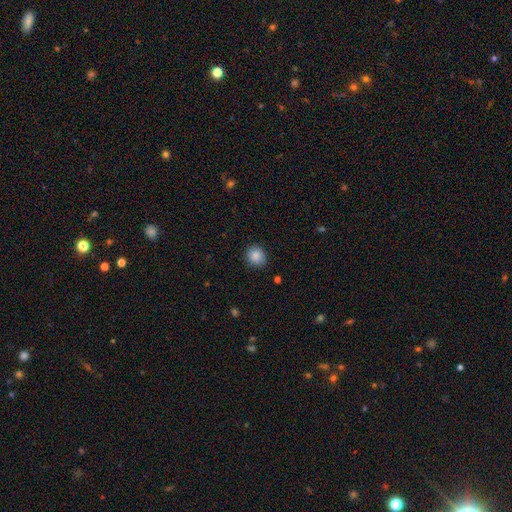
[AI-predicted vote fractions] The model was most divided on "how rounded": round: 75%, in between: 25%, cigar-shaped: 1%. More confident: smooth or featured — smooth (87%); merging — none (84%).